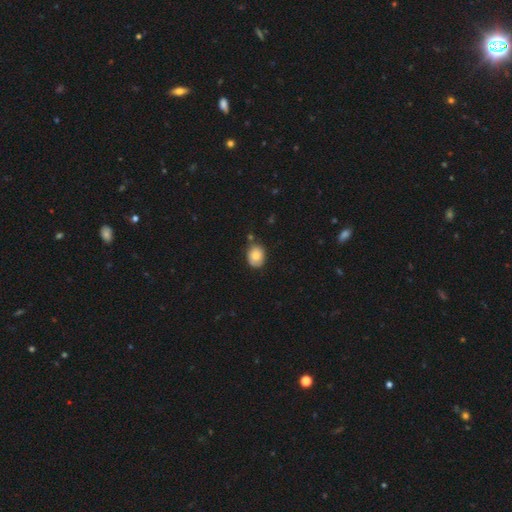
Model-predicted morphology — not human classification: Smooth or featured: smooth — 80% (featured or disk — 12%)
How rounded: in between — 53% (round — 47%)
Merging: none — 72% (minor disturbance — 20%)